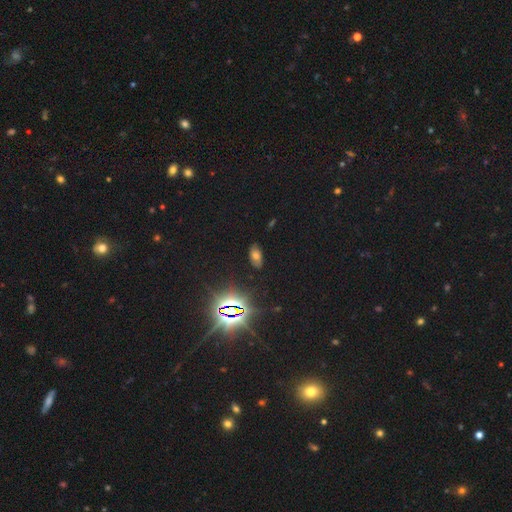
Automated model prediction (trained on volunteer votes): smooth 43%, star or artifact 40%, featured or disk 17%. Down the decision tree: merging — none (83%).